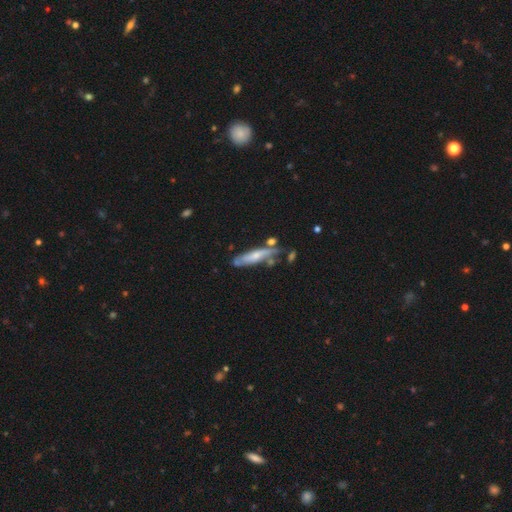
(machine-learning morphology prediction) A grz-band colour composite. It shows a featured or disk galaxy (48%). Merging: none (55%).